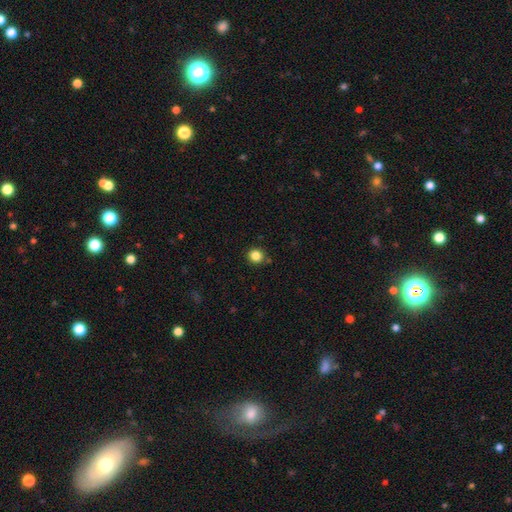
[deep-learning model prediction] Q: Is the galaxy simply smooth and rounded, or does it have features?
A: smooth — 84%.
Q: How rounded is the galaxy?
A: round — 90%.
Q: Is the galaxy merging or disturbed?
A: none — 87%.